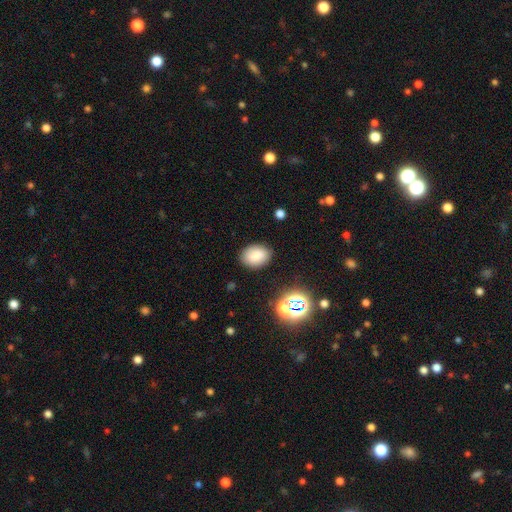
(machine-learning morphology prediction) Overall: smooth (79%). How rounded: in between (71%). Merging: none (86%).